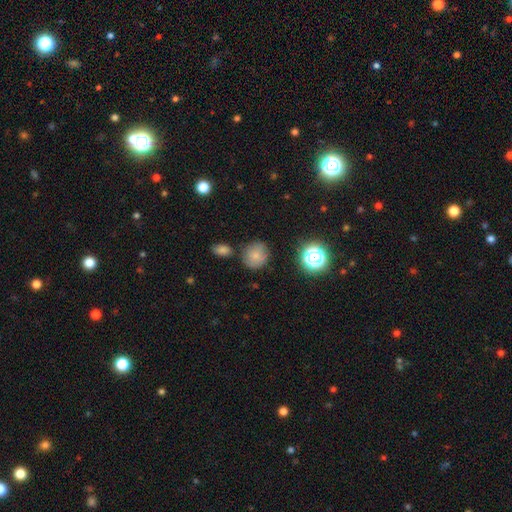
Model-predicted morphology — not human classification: This is likely a smooth galaxy (75%). How rounded: clearly round (83%). Merging: likely none (73%).